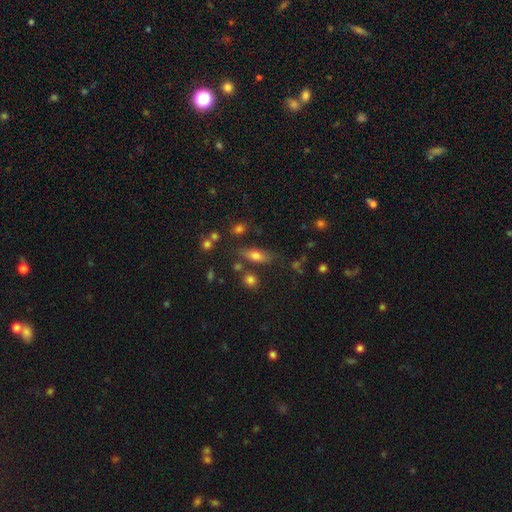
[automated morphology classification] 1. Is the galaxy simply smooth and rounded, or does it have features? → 68% smooth, 20% featured or disk, 11% star or artifact.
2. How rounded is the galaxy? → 66% in between, 28% cigar-shaped, 6% round.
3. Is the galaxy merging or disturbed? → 71% none, 15% minor disturbance, 8% merger, 5% major disturbance.